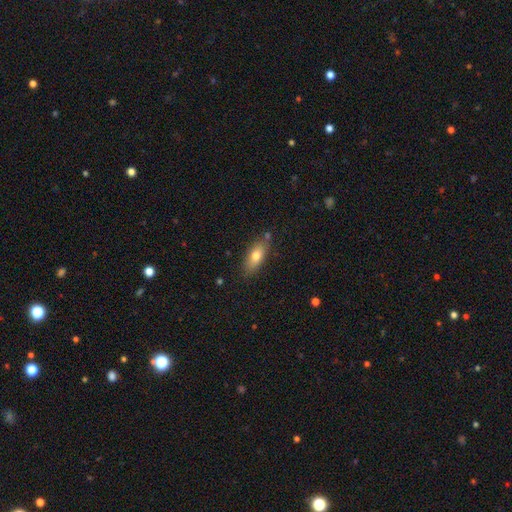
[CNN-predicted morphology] Q: Smooth or featured?
A: smooth (73%); runner-up: featured or disk (19%)
Q: How rounded?
A: in between (77%); runner-up: cigar-shaped (19%)
Q: Merging?
A: none (76%); runner-up: minor disturbance (15%)